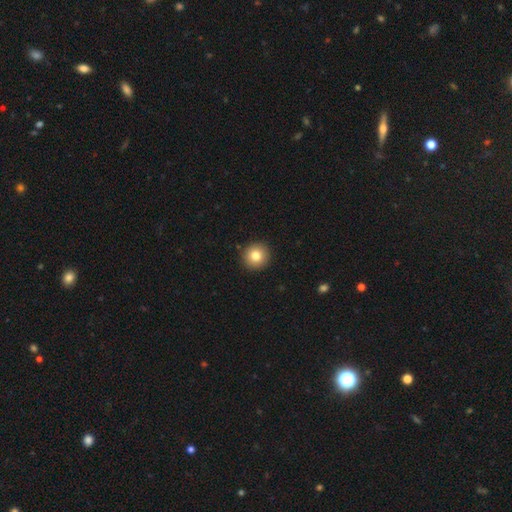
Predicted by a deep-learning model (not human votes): Q: Smooth or featured?
A: smooth (80%); runner-up: star or artifact (10%)
Q: How rounded?
A: round (94%); runner-up: in between (5%)
Q: Merging?
A: none (92%); runner-up: minor disturbance (5%)